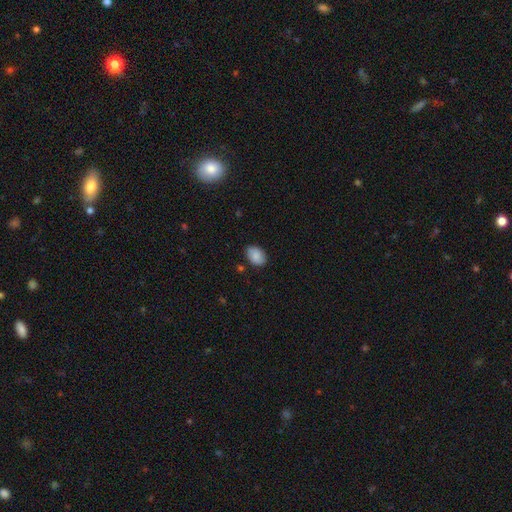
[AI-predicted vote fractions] Smooth or featured?
  - smooth: 86% *
  - star or artifact: 7%
  - featured or disk: 6%
How rounded?
  - in between: 82% *
  - round: 17%
  - cigar-shaped: 1%
Merging?
  - none: 84% *
  - minor disturbance: 12%
  - major disturbance: 2%
  - merger: 2%